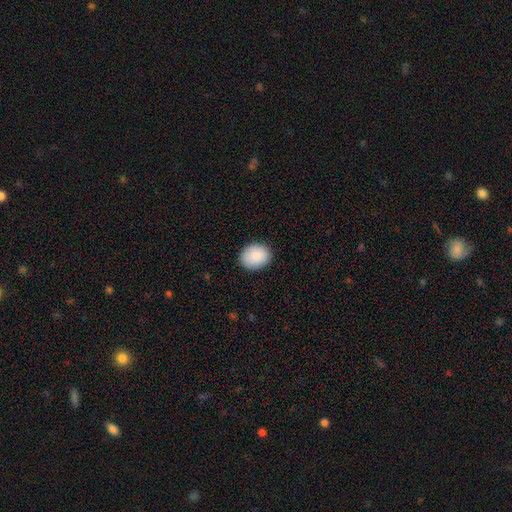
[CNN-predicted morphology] Smooth or featured? smooth (89%)
How rounded? in between (51%)
Merging? none (88%)